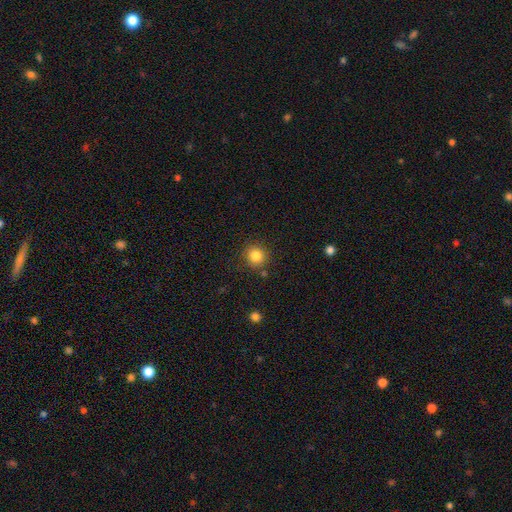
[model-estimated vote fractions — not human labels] smooth 83%, star or artifact 11%, featured or disk 6%. Down the decision tree: how rounded — round (91%); merging — none (86%).